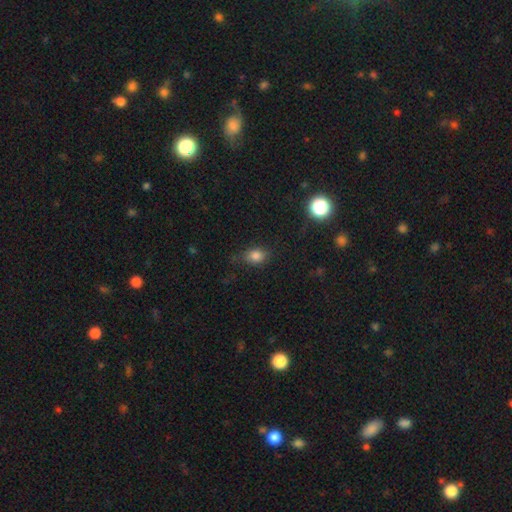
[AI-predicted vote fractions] smooth-or-featured: smooth: 80% | star or artifact: 13% | featured or disk: 7%
  how-rounded: in between: 60% | round: 38% | cigar-shaped: 2%
  merging: none: 69% | minor disturbance: 22% | major disturbance: 7% | merger: 2%